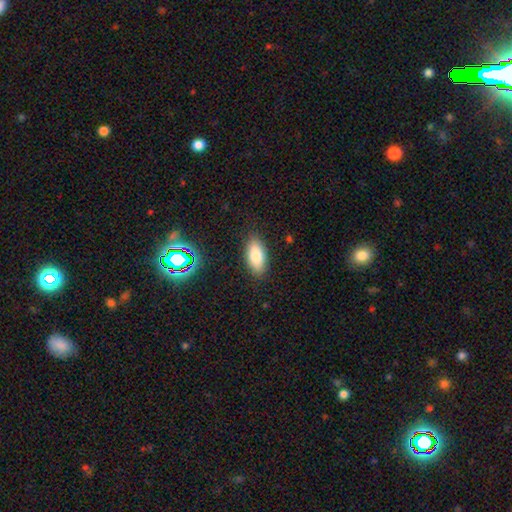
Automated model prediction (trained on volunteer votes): A smooth galaxy with no disk features (82%) that is in between round and cigar-shaped (87%).

Vote fractions:
- Smooth or featured? smooth: 82% / featured or disk: 10% / star or artifact: 8%
- How rounded? in between: 87% / cigar-shaped: 10% / round: 3%
- Merging? none: 86% / minor disturbance: 10% / major disturbance: 3% / merger: 1%